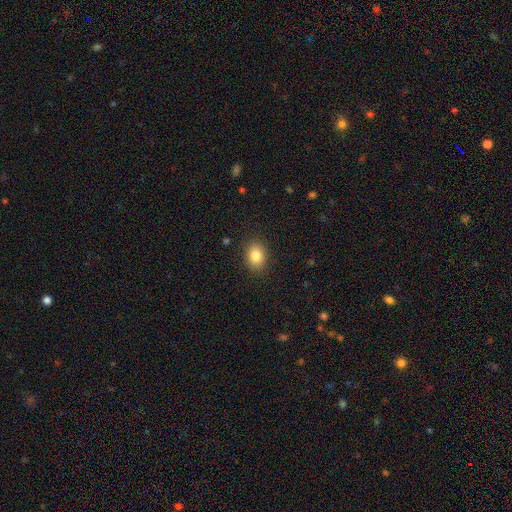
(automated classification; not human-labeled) A smooth galaxy with no disk features (84%) that is in between round and cigar-shaped (68%). Merging: none (88%).